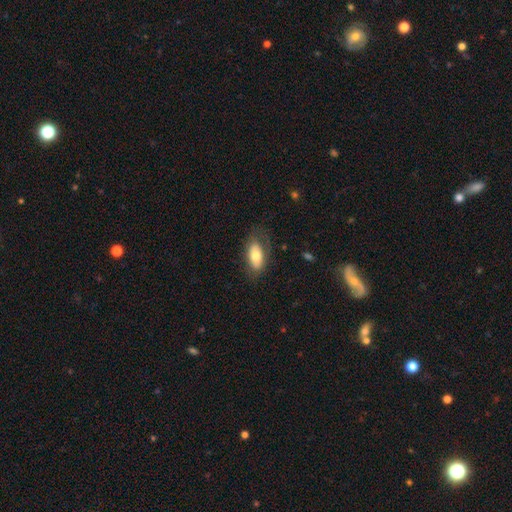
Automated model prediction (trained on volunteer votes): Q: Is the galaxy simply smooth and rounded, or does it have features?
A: smooth — 68%.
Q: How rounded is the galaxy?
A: in between — 90%.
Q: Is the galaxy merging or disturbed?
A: none — 68%.